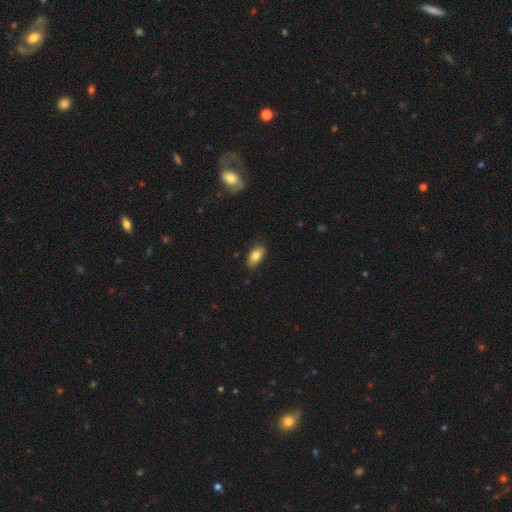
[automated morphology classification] smooth-or-featured: smooth: 82% | featured or disk: 11% | star or artifact: 7%
  how-rounded: in between: 90% | cigar-shaped: 5% | round: 5%
  merging: none: 83% | minor disturbance: 14% | major disturbance: 2% | merger: 1%